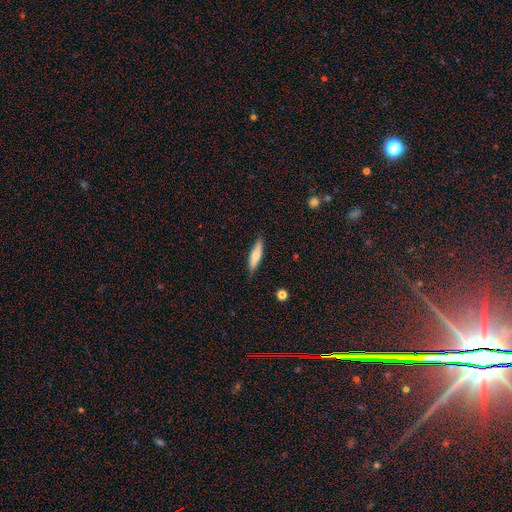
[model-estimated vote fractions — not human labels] smooth 68%, featured or disk 26%, star or artifact 6%. Down the decision tree: how rounded — cigar-shaped (71%); merging — none (85%).